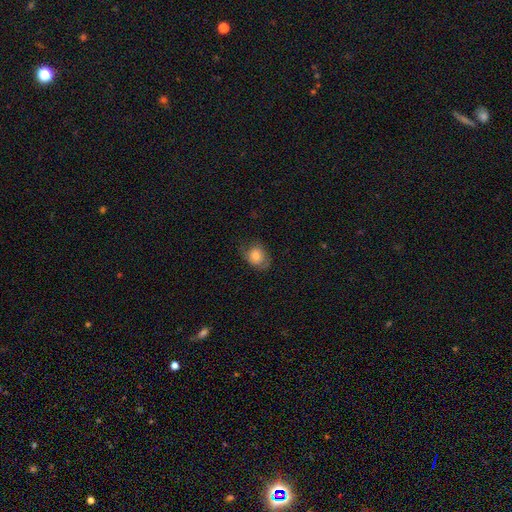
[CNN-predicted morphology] smooth-or-featured: smooth: 76% | featured or disk: 16% | star or artifact: 8%
  how-rounded: in between: 56% | round: 43% | cigar-shaped: 1%
  merging: none: 62% | minor disturbance: 27% | major disturbance: 10% | merger: 1%